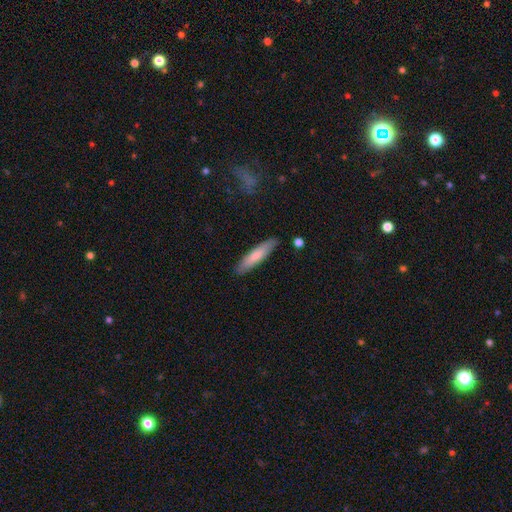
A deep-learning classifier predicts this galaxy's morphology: Smooth or featured?
  - smooth: 74% *
  - featured or disk: 21%
  - star or artifact: 5%
How rounded?
  - cigar-shaped: 82% *
  - in between: 17%
  - round: 1%
Merging?
  - none: 87% *
  - minor disturbance: 9%
  - major disturbance: 2%
  - merger: 2%